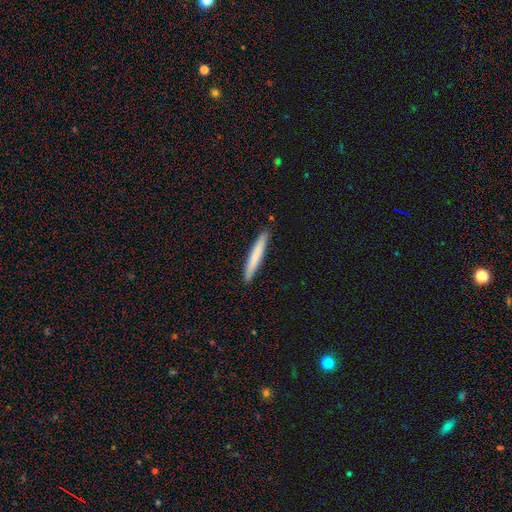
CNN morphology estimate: A smooth galaxy with no disk features (75%) that is cigar-shaped (96%). Merging: none (91%).